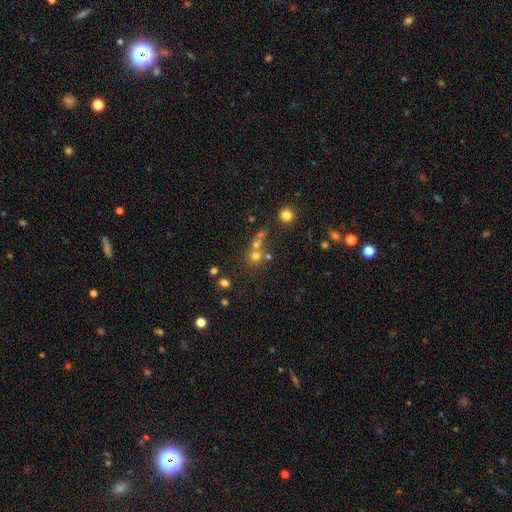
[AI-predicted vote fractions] Smooth or featured? Predicted: smooth (p=0.59). How rounded? Predicted: round (p=0.84). Merging? Predicted: none (p=0.45).